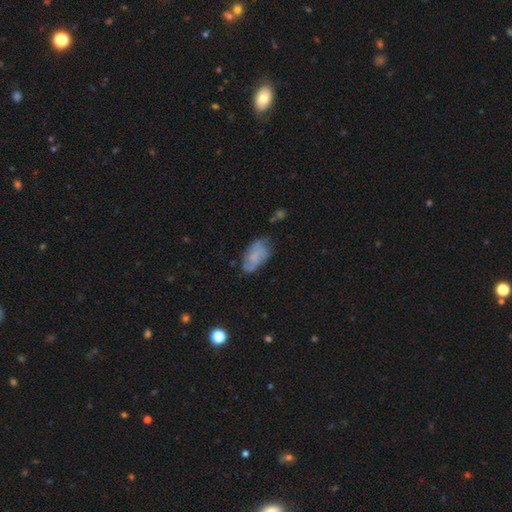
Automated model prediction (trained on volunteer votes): Morphology: type=smooth (56%); roundness=in between (92%); merging=none (55%).